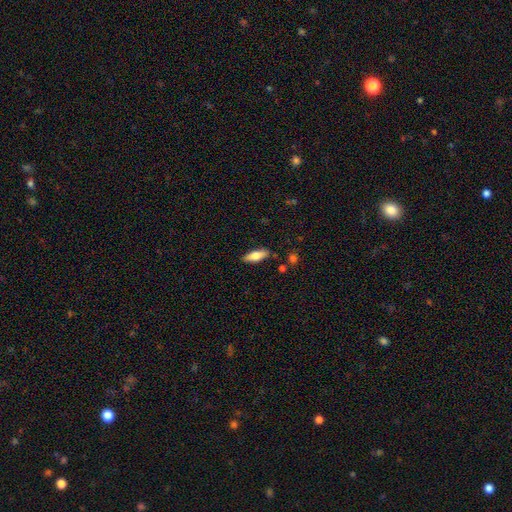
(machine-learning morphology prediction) type=smooth (69%); roundness=in between (63%); merging=none (85%).